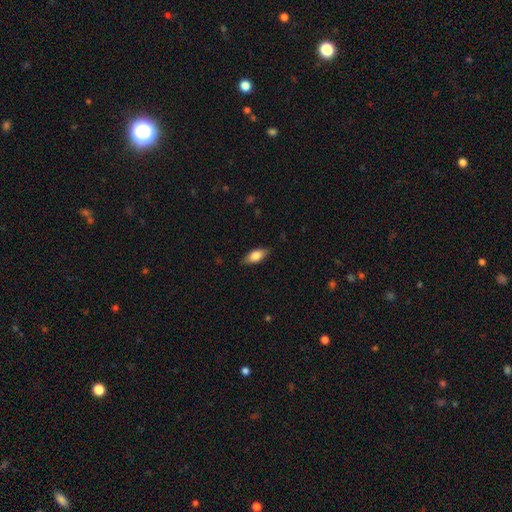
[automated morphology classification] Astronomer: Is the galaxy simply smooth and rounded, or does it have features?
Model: smooth — 78%.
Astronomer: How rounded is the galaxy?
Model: in between — 84%.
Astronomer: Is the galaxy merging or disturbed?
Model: none — 84%.